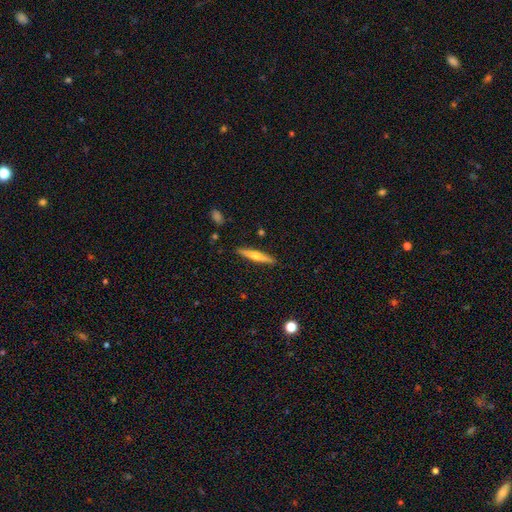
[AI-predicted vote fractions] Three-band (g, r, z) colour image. It shows a featured or disk galaxy (55%) viewed edge-on (96%) with a rounded central bulge (86%). Merging: none (90%).